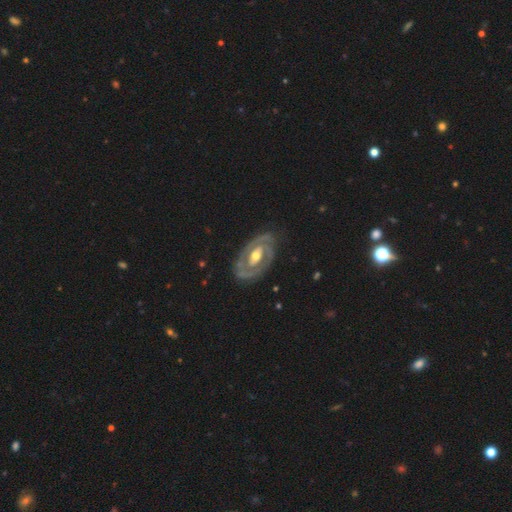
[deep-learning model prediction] This is clearly a featured or disk galaxy (86%). It is clearly not viewed edge-on (95%). Bar: marginally no (44%). Spiral arm pattern: clearly yes (84%). Spiral arm count: likely 2 (72%). Spiral winding: likely tight (63%). Central bulge: likely moderate (73%). Merging: likely none (78%).